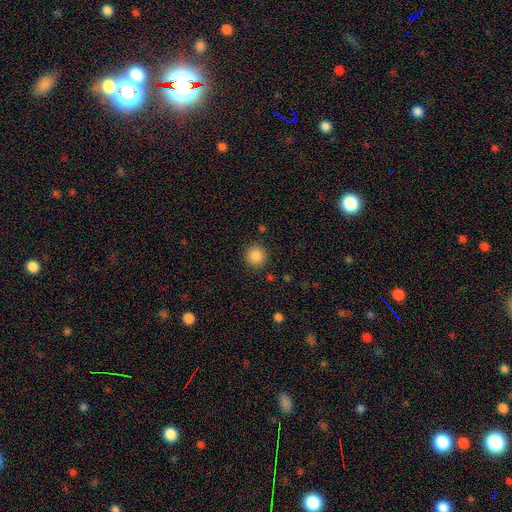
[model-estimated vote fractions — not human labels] This appears to be a smooth galaxy with no disk features (87%) that is round (93%). Merging: none (89%).